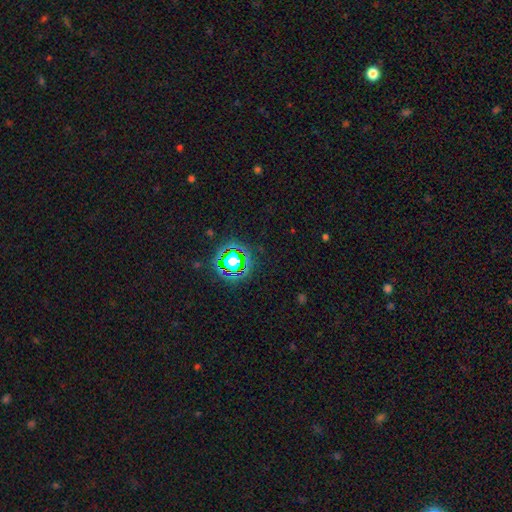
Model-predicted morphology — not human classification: This is clearly a star or artifact rather than a galaxy (80%).